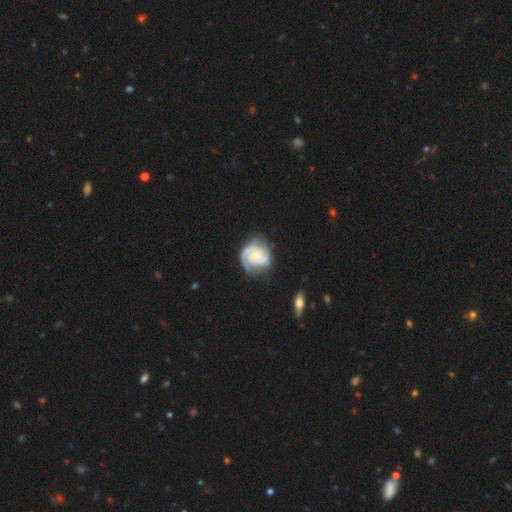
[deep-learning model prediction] Smooth or featured?
  - featured or disk: 85% *
  - smooth: 11%
  - star or artifact: 5%
Edge-on disk?
  - no: 98% *
  - yes: 2%
Bar?
  - no: 68% *
  - weak: 27%
  - strong: 5%
Spiral arms?
  - yes: 97% *
  - no: 3%
Spiral winding?
  - tight: 63% *
  - medium: 30%
  - loose: 6%
Spiral arm count?
  - 2: 64% *
  - 3: 14%
  - can't tell: 11%
  - 1: 5%
  - 4: 3%
  - more than 4: 3%
Bulge size?
  - small: 59% *
  - moderate: 31%
  - none: 7%
  - large: 2%
  - dominant: 1%
Merging?
  - none: 69% *
  - minor disturbance: 21%
  - major disturbance: 8%
  - merger: 2%